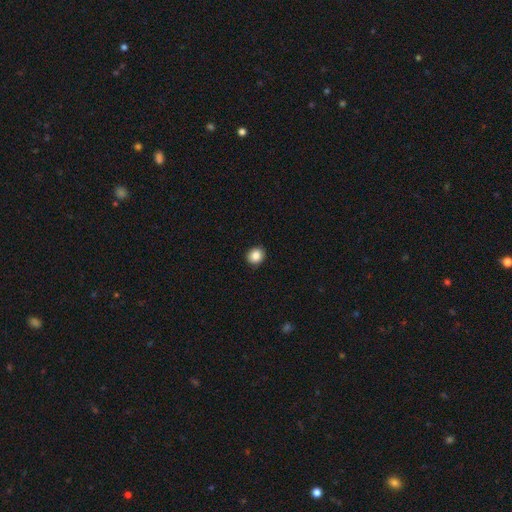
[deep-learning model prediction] Smooth or featured?
  - smooth: 86% *
  - star or artifact: 9%
  - featured or disk: 5%
How rounded?
  - round: 77% *
  - in between: 22%
  - cigar-shaped: 1%
Merging?
  - none: 91% *
  - minor disturbance: 7%
  - major disturbance: 2%
  - merger: 1%